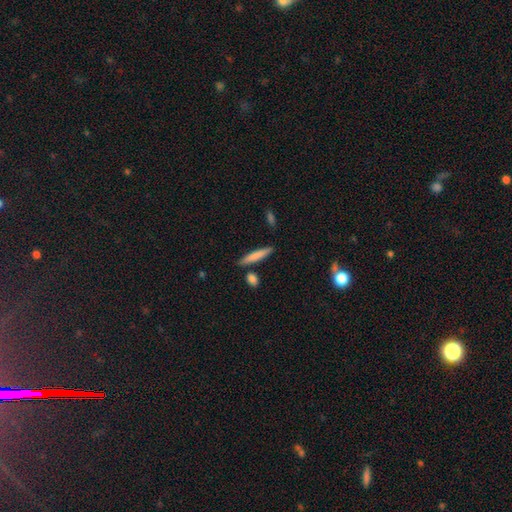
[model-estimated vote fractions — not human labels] smooth-or-featured: smooth: 76% | featured or disk: 18% | star or artifact: 6%
  how-rounded: cigar-shaped: 90% | in between: 8% | round: 2%
  merging: none: 83% | minor disturbance: 9% | merger: 5% | major disturbance: 2%